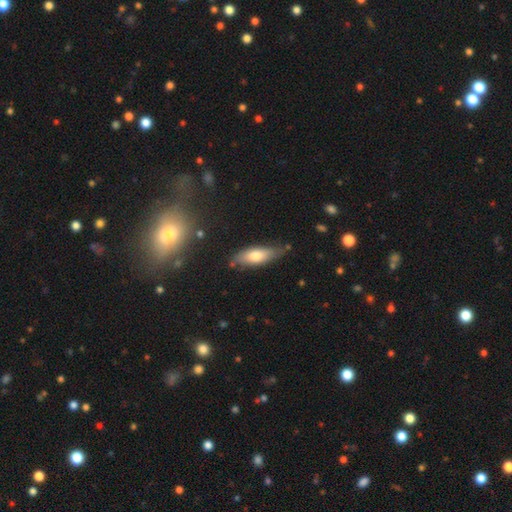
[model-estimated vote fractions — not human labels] Overall: smooth (70%). How rounded: in between (63%; cigar-shaped 35%). Merging: none (71%).